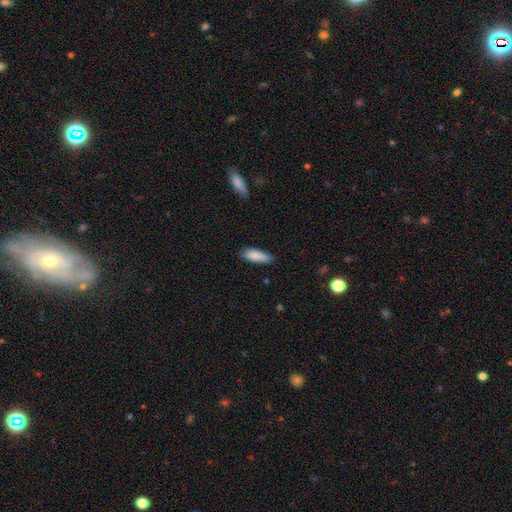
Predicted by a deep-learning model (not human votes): Smooth or featured? Predicted: smooth (p=0.86). How rounded? Predicted: in between (p=0.52). Merging? Predicted: none (p=0.76).